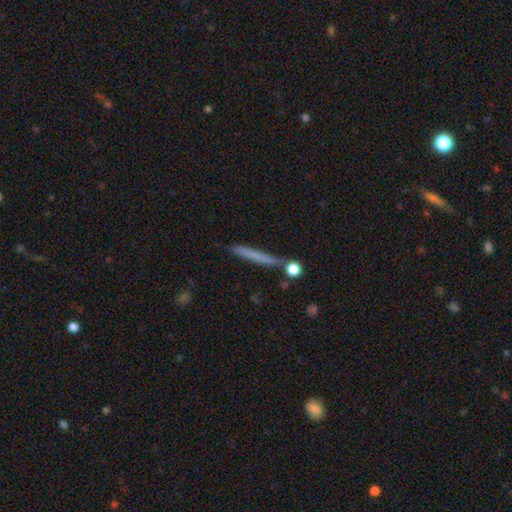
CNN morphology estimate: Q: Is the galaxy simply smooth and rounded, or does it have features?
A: smooth — 62%.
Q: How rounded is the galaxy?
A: cigar-shaped — 94%.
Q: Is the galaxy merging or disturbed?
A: none — 78%.